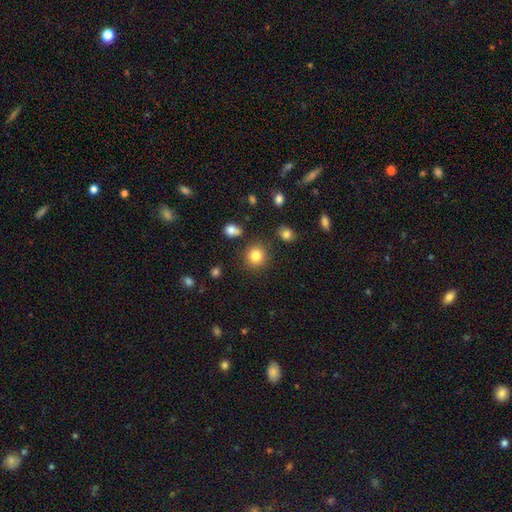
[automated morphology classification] Smooth or featured?
  - smooth: 84% *
  - star or artifact: 11%
  - featured or disk: 6%
How rounded?
  - round: 88% *
  - in between: 11%
  - cigar-shaped: 1%
Merging?
  - none: 85% *
  - minor disturbance: 8%
  - merger: 4%
  - major disturbance: 3%